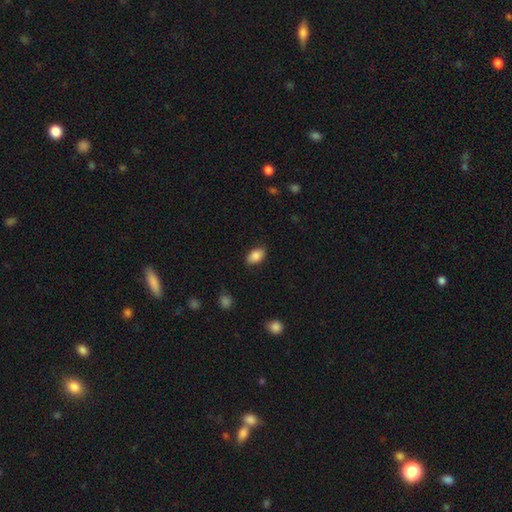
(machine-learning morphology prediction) This is clearly a smooth galaxy (85%). How rounded: clearly in between (90%). Merging: clearly none (84%).